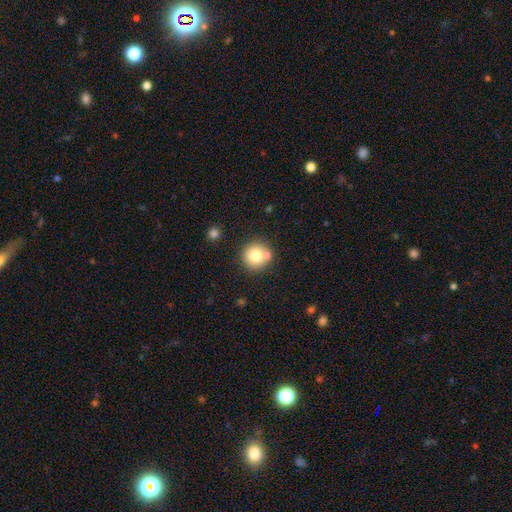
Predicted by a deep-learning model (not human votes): This is likely a smooth galaxy (76%). How rounded: clearly round (93%). Merging: likely none (70%).